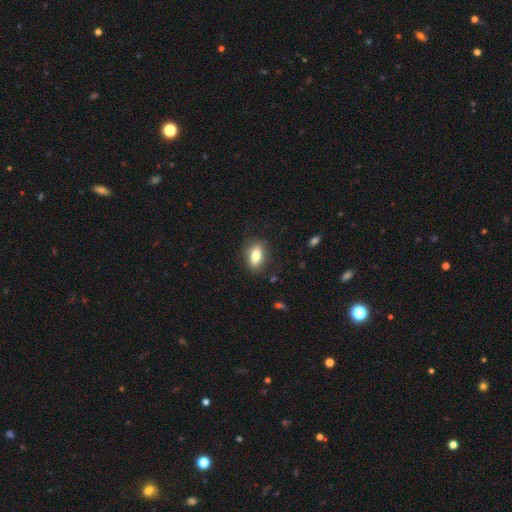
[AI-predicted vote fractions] Smooth or featured? smooth (72%)
How rounded? in between (79%)
Merging? none (82%)